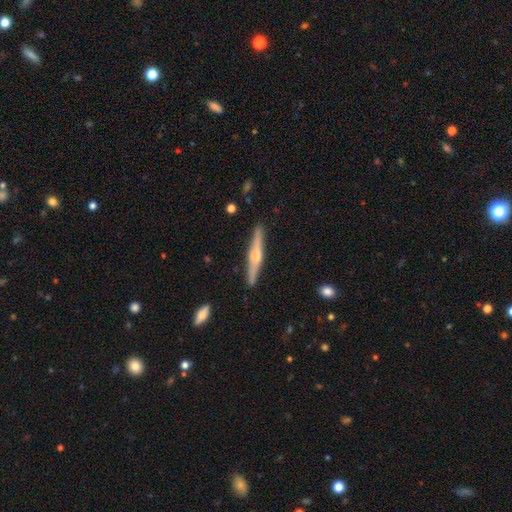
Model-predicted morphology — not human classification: smooth-or-featured: featured or disk: 69% | smooth: 25% | star or artifact: 6%
  disk-edge-on: yes: 98% | no: 2%
    edge-on-bulge: rounded: 85% | boxy: 8% | none: 7%
  merging: none: 90% | minor disturbance: 7% | major disturbance: 1% | merger: 1%